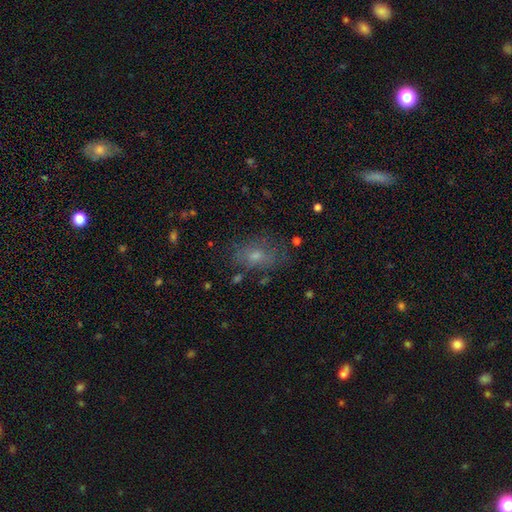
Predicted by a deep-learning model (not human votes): Morphology: type=smooth (61%); roundness=in between (78%); merging=none (64%).